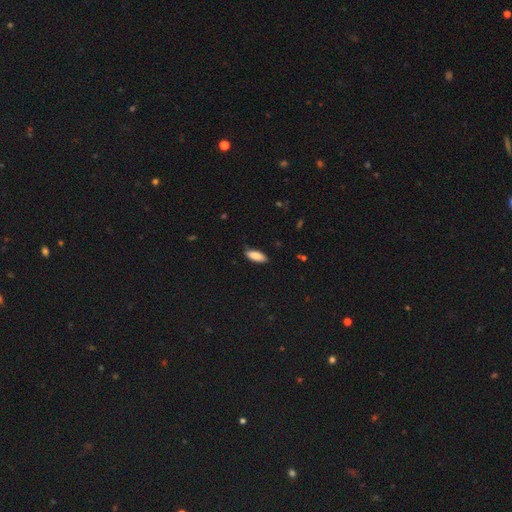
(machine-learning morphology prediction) Overall: smooth (88%). How rounded: in between (78%). Merging: none (83%).